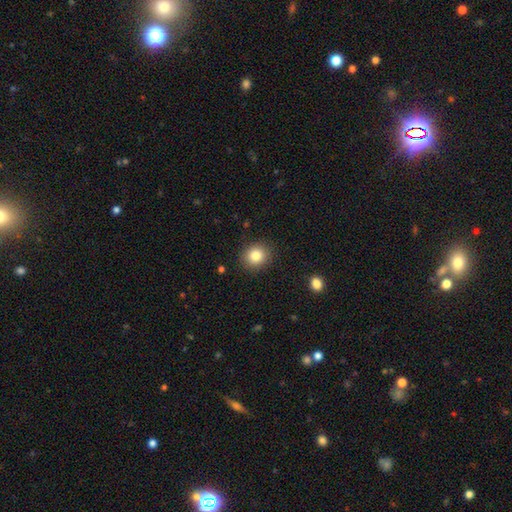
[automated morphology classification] This appears to be a smooth galaxy with no disk features (83%) that is round (79%). Merging: none (89%).